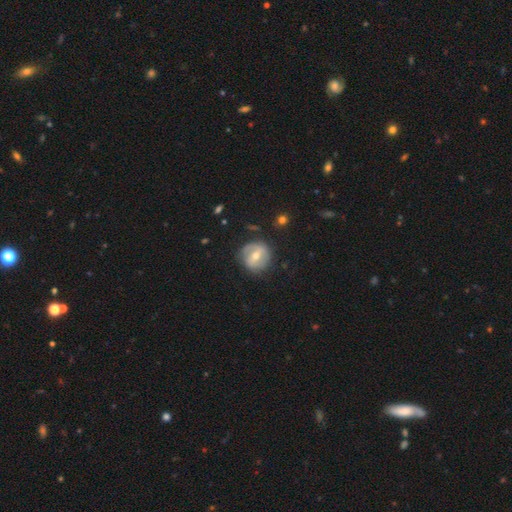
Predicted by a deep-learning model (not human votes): Morphology: type=featured or disk (54%); edge-on=no (95%); bar=weak (46%); spiral arms=yes (59%); bulge=moderate (66%); merging=none (76%).